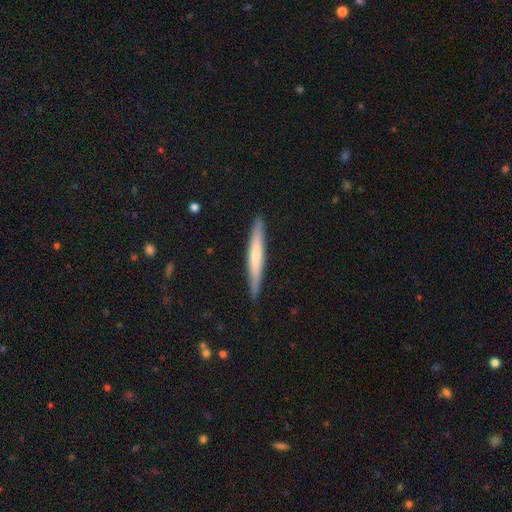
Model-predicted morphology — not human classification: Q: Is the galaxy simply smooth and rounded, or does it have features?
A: smooth — 56%.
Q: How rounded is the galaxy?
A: cigar-shaped — 95%.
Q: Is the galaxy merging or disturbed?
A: none — 89%.